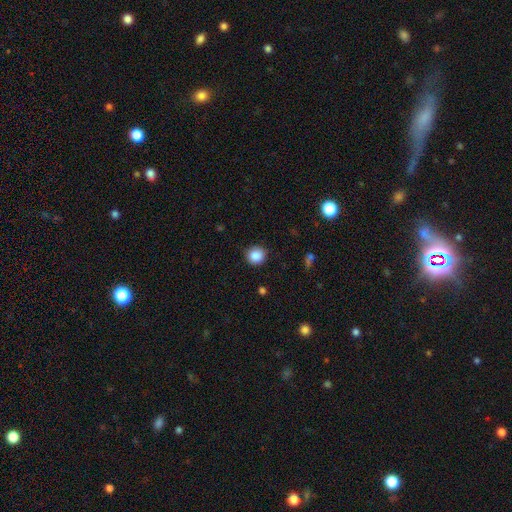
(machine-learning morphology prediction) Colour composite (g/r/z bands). It shows a smooth galaxy with no disk features (88%) that is round (90%). Merging: none (88%).